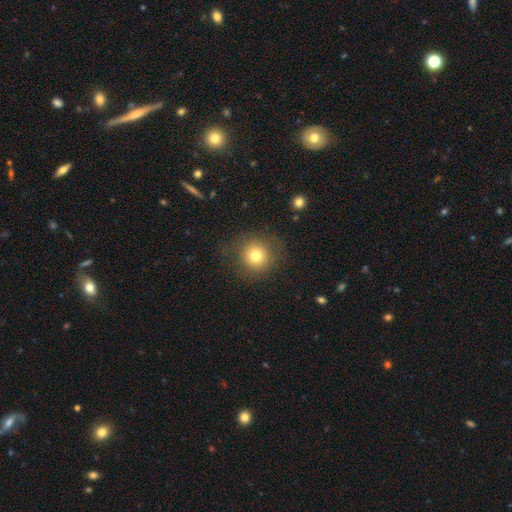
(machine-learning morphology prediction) Smooth or featured: smooth — 76% (star or artifact — 13%)
How rounded: round — 92% (in between — 7%)
Merging: none — 83% (minor disturbance — 10%)